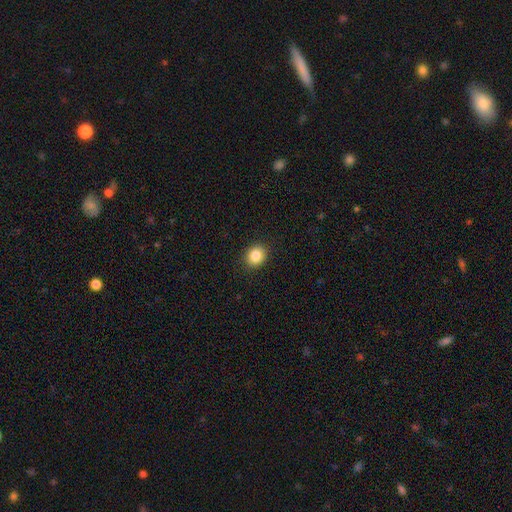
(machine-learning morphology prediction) smooth-or-featured: smooth: 85% | star or artifact: 10% | featured or disk: 5%
  how-rounded: round: 70% | in between: 29% | cigar-shaped: 1%
  merging: none: 90% | minor disturbance: 7% | major disturbance: 2% | merger: 1%